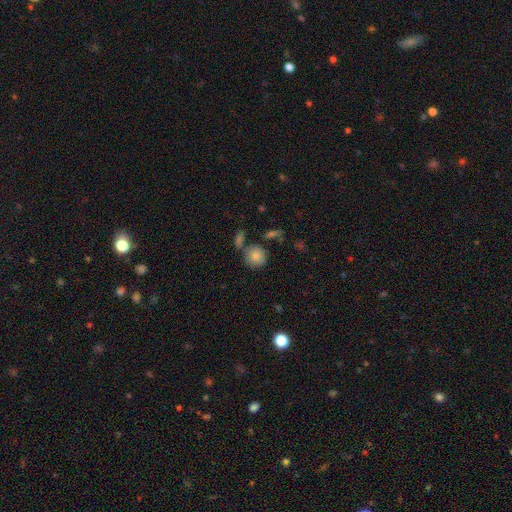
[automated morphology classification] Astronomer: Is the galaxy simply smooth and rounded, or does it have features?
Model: smooth — 83%.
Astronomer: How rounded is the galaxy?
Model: round — 87%.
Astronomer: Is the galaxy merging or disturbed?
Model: none — 67%.